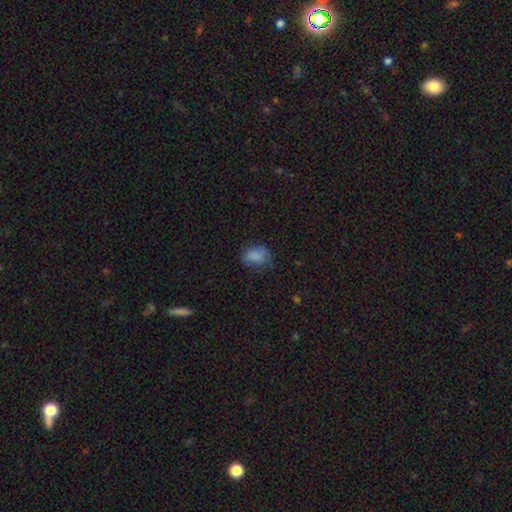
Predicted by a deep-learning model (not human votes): A smooth galaxy with no disk features (80%) that is in between round and cigar-shaped (75%).

Vote fractions:
- Smooth or featured? smooth: 80% / star or artifact: 11% / featured or disk: 10%
- How rounded? in between: 75% / round: 24% / cigar-shaped: 1%
- Merging? none: 53% / minor disturbance: 31% / major disturbance: 14% / merger: 2%